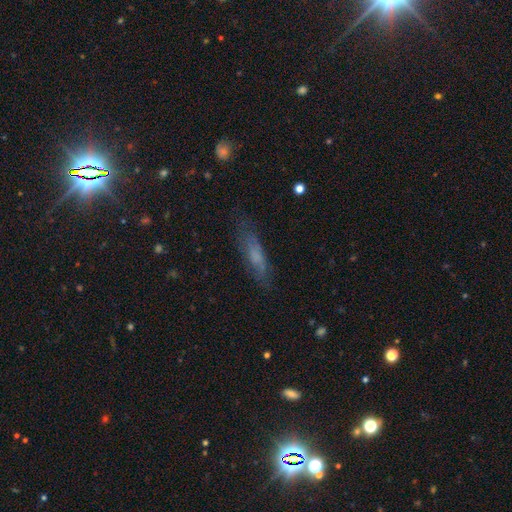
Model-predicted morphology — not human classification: Overall: smooth (58%; featured or disk 32%). How rounded: cigar-shaped (67%; in between 31%). Merging: none (74%).